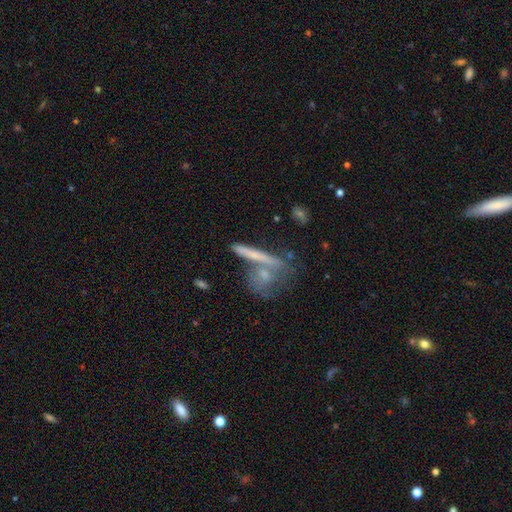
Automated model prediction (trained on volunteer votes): Smooth or featured: smooth — 46% (featured or disk — 42%)
Merging: none — 56% (merger — 27%)